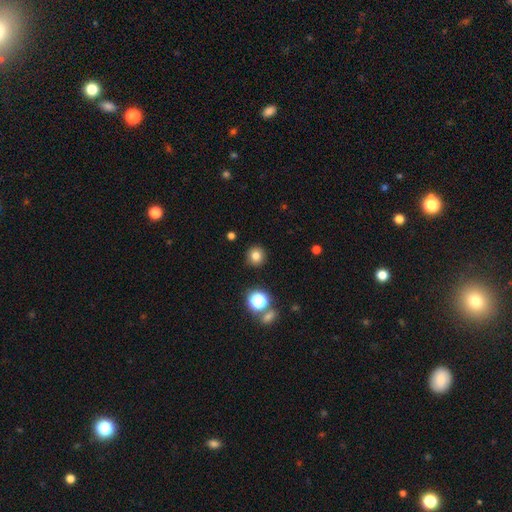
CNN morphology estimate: The model was most divided on "smooth or featured": smooth: 79%, star or artifact: 15%, featured or disk: 7%. More confident: how rounded — round (93%); merging — none (90%).